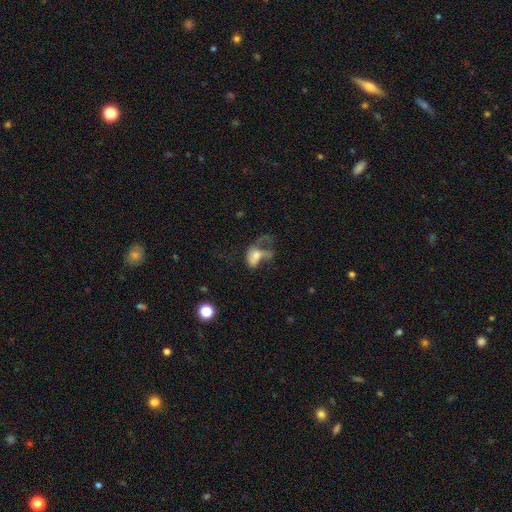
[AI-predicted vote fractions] This appears to be a smooth galaxy with no disk features (46%). Merging: major disturbance (59%).